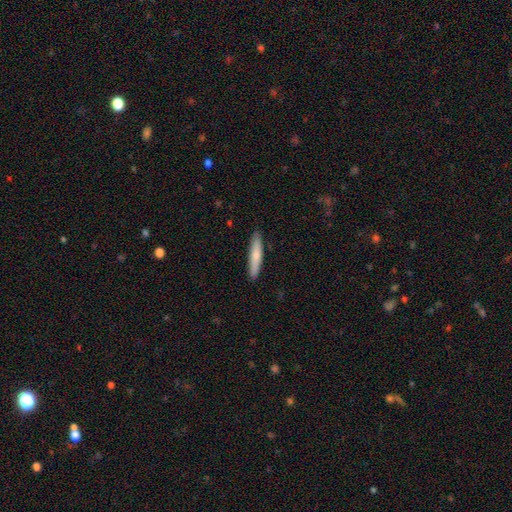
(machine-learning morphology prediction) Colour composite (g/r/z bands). It shows a smooth galaxy with no disk features (77%) that is cigar-shaped (88%). Merging: none (90%).